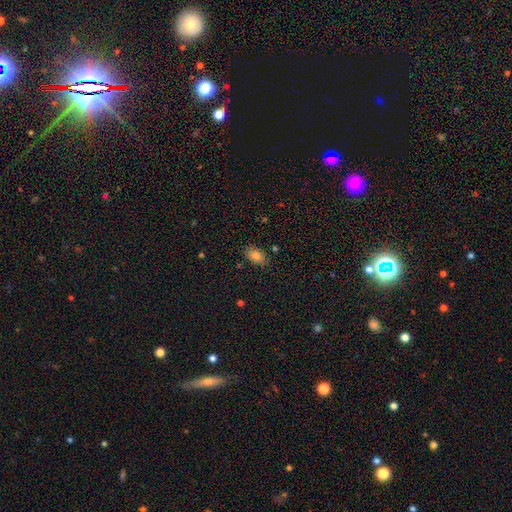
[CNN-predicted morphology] This appears to be a smooth galaxy with no disk features (82%) that is in between round and cigar-shaped (86%). Merging: none (82%).